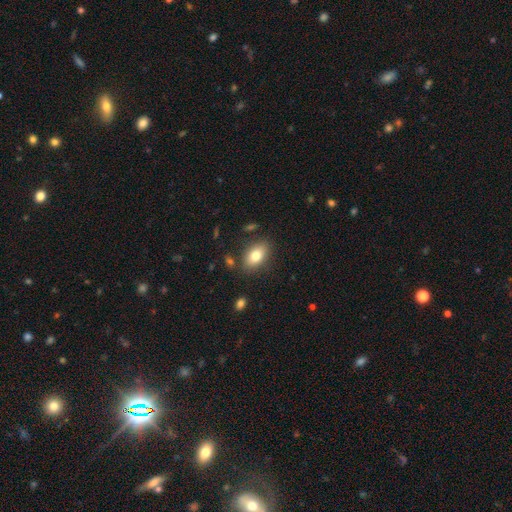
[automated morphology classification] Smooth or featured: smooth — 80% (featured or disk — 12%)
How rounded: in between — 89% (round — 8%)
Merging: none — 82% (minor disturbance — 11%)